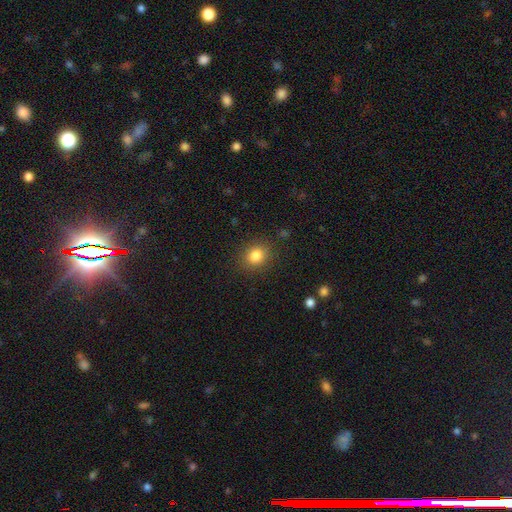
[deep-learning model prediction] Q: Smooth or featured?
A: smooth (83%); runner-up: star or artifact (11%)
Q: How rounded?
A: round (68%); runner-up: in between (31%)
Q: Merging?
A: none (87%); runner-up: minor disturbance (9%)